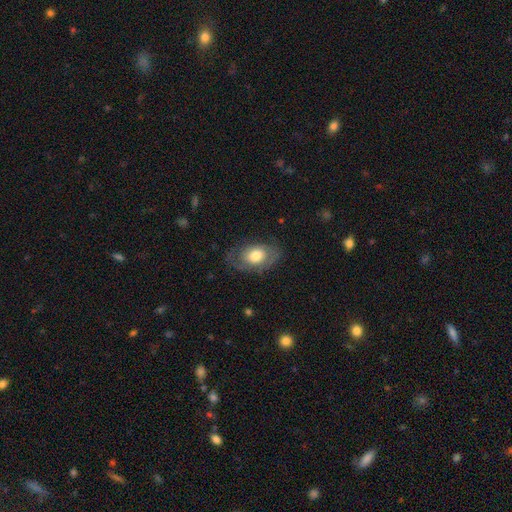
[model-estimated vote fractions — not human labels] A smooth galaxy with no disk features (58%) that is in between round and cigar-shaped (86%).

Vote fractions:
- Smooth or featured? smooth: 58% / featured or disk: 35% / star or artifact: 7%
- How rounded? in between: 86% / round: 13% / cigar-shaped: 1%
- Merging? none: 65% / minor disturbance: 22% / major disturbance: 11% / merger: 1%